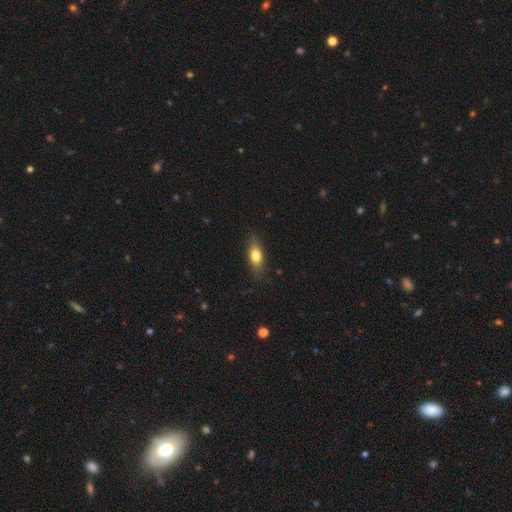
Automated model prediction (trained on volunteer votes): This appears to be a smooth galaxy with no disk features (73%) that is in between round and cigar-shaped (70%). Merging: none (82%).